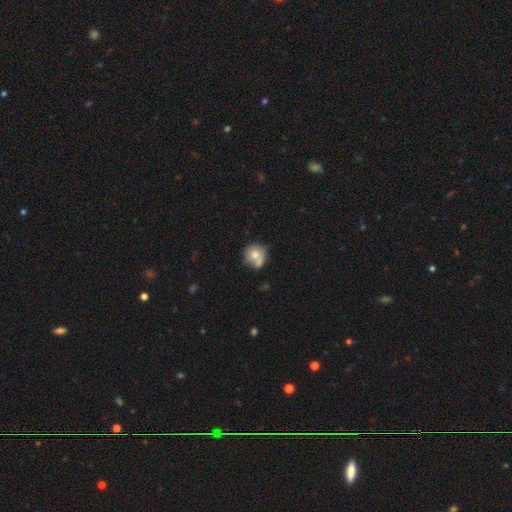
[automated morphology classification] A smooth galaxy with no disk features (72%) that is round (85%).

Vote fractions:
- Smooth or featured? smooth: 72% / featured or disk: 19% / star or artifact: 9%
- How rounded? round: 85% / in between: 14% / cigar-shaped: 1%
- Merging? none: 47% / merger: 30% / minor disturbance: 17% / major disturbance: 6%